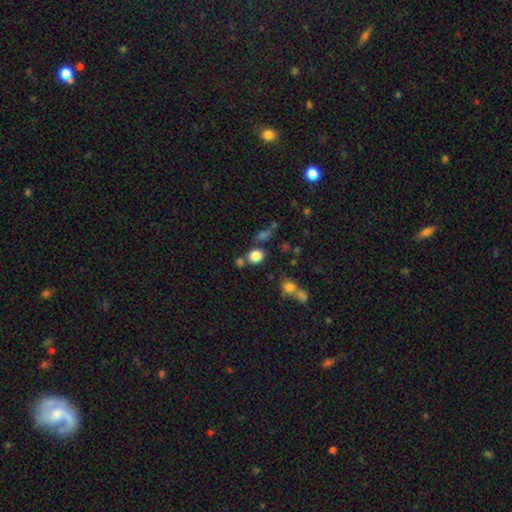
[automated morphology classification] smooth-or-featured: smooth: 83% | star or artifact: 12% | featured or disk: 5%
  how-rounded: round: 71% | in between: 28% | cigar-shaped: 1%
  merging: none: 71% | merger: 14% | minor disturbance: 11% | major disturbance: 4%